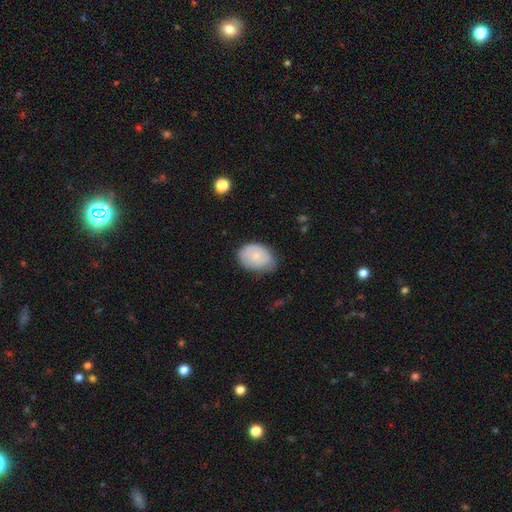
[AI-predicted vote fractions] This appears to be a smooth galaxy with no disk features (72%) that is in between round and cigar-shaped (77%). Merging: none (54%).